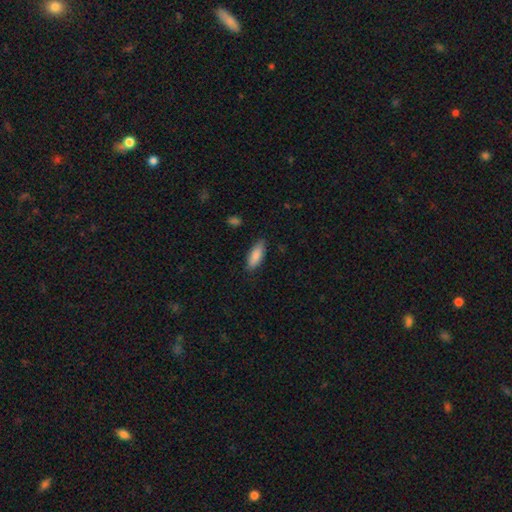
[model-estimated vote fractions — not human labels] A smooth galaxy with no disk features (86%) that is in between round and cigar-shaped (70%). Merging: none (81%).